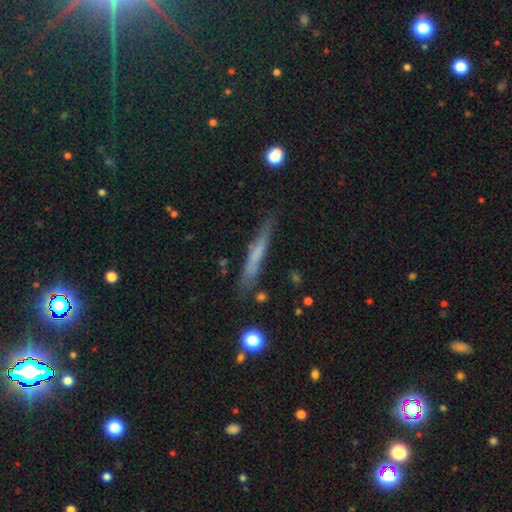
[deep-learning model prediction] smooth-or-featured: smooth: 55% | featured or disk: 37% | star or artifact: 8%
  how-rounded: cigar-shaped: 93% | in between: 5% | round: 2%
  merging: none: 79% | minor disturbance: 15% | major disturbance: 4% | merger: 3%